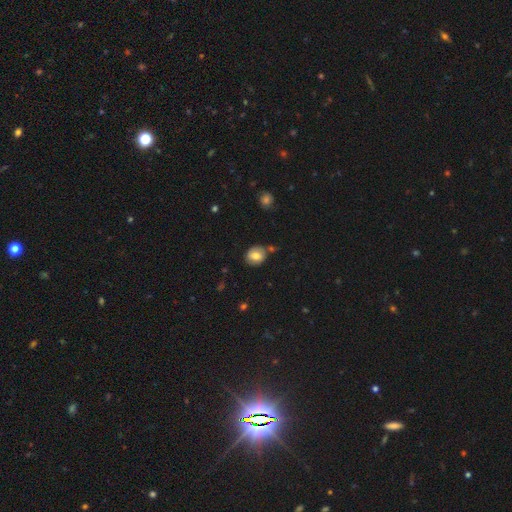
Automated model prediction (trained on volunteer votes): The model was most divided on "how rounded": round: 71%, in between: 28%, cigar-shaped: 1%. More confident: smooth or featured — smooth (77%); merging — none (75%).